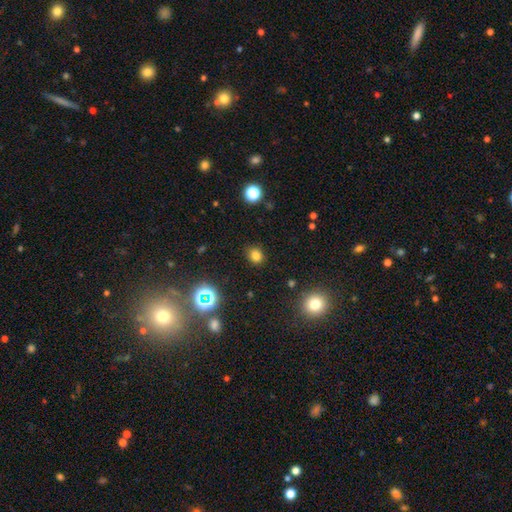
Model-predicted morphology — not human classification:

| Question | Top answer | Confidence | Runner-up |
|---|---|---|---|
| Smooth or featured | smooth | 77% | star or artifact (18%) |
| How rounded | round | 69% | in between (30%) |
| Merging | none | 87% | minor disturbance (8%) |